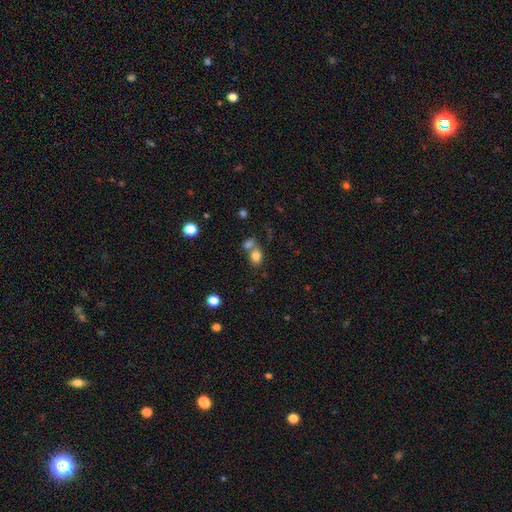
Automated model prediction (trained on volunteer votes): Q: Smooth or featured?
A: smooth (80%); runner-up: star or artifact (12%)
Q: How rounded?
A: in between (58%); runner-up: round (41%)
Q: Merging?
A: none (46%); runner-up: merger (40%)